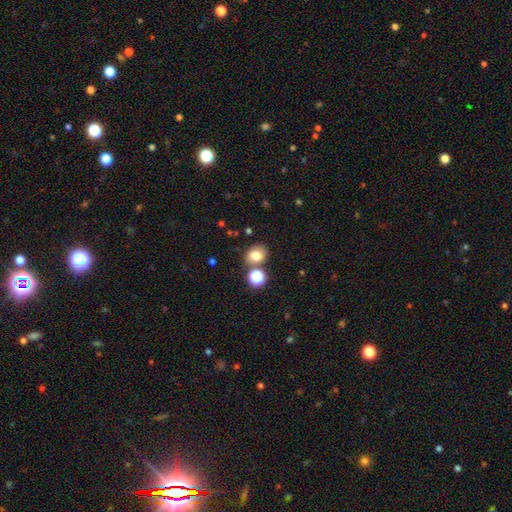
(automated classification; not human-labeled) Smooth or featured?
  - smooth: 77% *
  - star or artifact: 14%
  - featured or disk: 9%
How rounded?
  - round: 61% *
  - in between: 39%
  - cigar-shaped: 1%
Merging?
  - none: 71% *
  - merger: 16%
  - minor disturbance: 10%
  - major disturbance: 3%